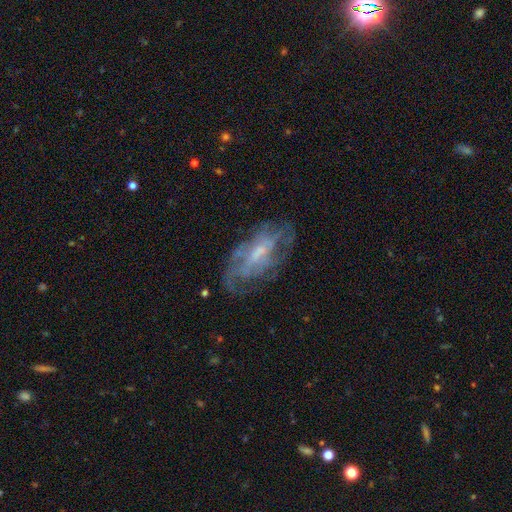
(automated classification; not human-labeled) Smooth or featured? featured or disk (74%)
Edge-on disk? no (90%)
Bar? weak (44%)
Spiral arms? yes (80%)
Spiral winding? tight (48%)
Spiral arm count? can't tell (53%)
Bulge size? small (47%)
Merging? none (66%)